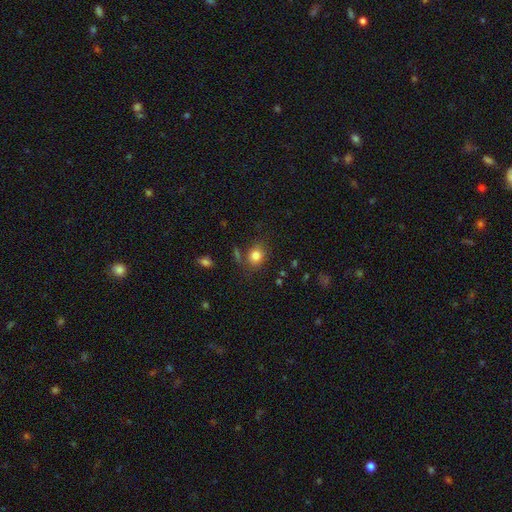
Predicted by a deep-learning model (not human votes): Overall: smooth (82%). How rounded: round (66%; in between 33%). Merging: none (75%).